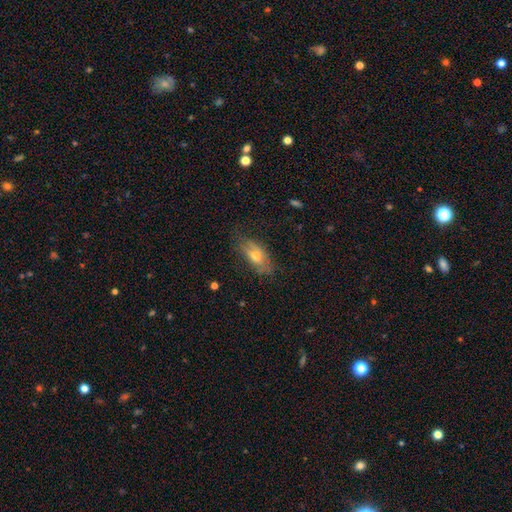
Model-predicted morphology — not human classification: A smooth galaxy with no disk features (59%) that is in between round and cigar-shaped (81%). Merging: none (66%).